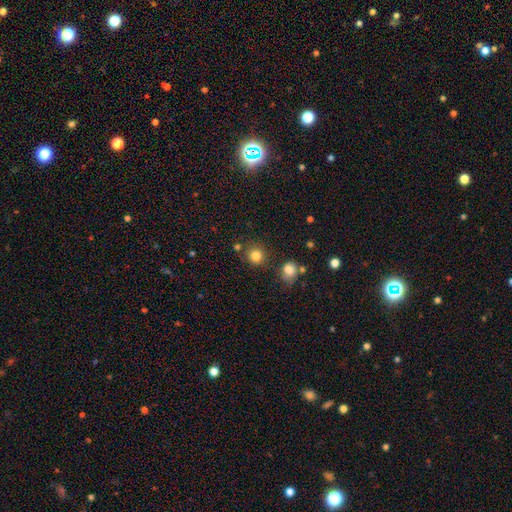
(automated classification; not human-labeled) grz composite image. It shows a smooth galaxy with no disk features (83%) that is round (91%). Merging: none (80%).